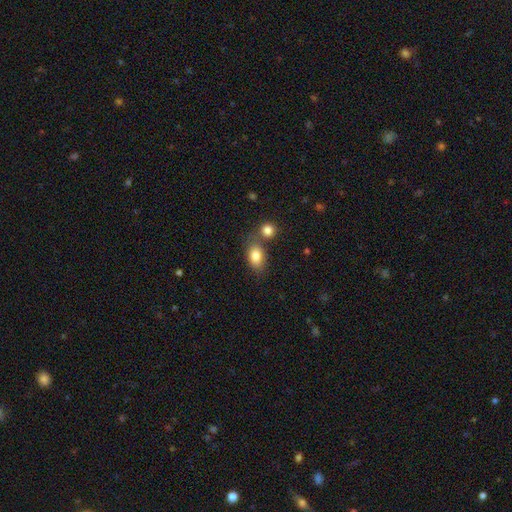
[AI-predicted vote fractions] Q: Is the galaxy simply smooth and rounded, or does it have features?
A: smooth — 84%.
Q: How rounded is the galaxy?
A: in between — 82%.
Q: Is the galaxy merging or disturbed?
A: none — 54%.